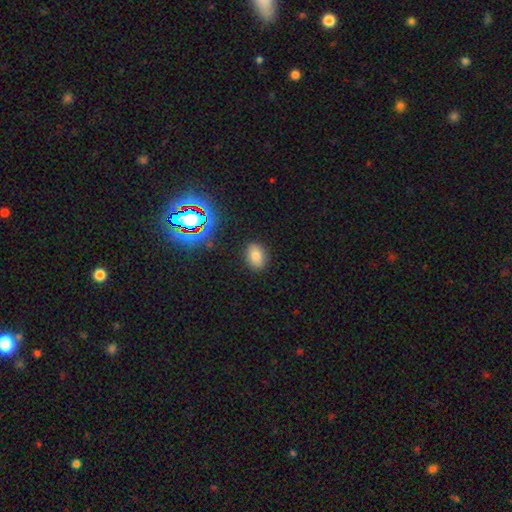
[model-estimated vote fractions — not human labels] Smooth or featured? Predicted: smooth (p=0.78). How rounded? Predicted: in between (p=0.74). Merging? Predicted: none (p=0.86).